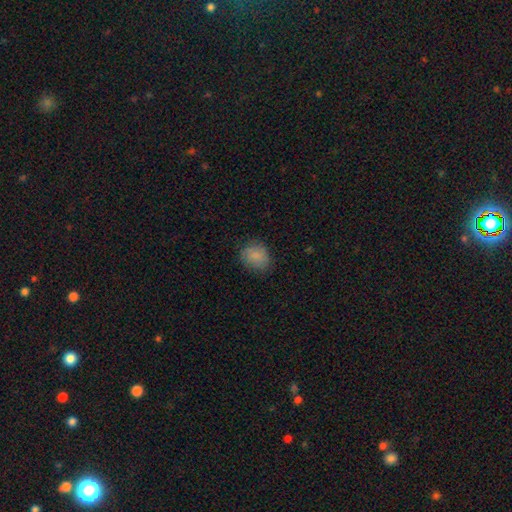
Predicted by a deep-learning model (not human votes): Q: Smooth or featured?
A: smooth (84%); runner-up: star or artifact (9%)
Q: How rounded?
A: round (63%); runner-up: in between (36%)
Q: Merging?
A: none (77%); runner-up: minor disturbance (17%)